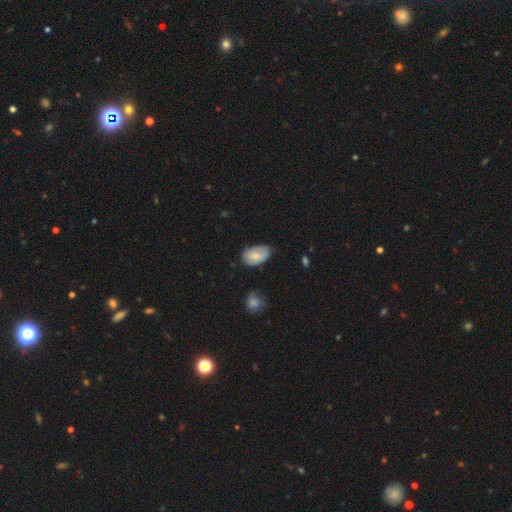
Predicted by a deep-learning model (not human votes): Smooth or featured: smooth — 68% (featured or disk — 25%)
How rounded: in between — 90% (round — 9%)
Merging: none — 57% (minor disturbance — 34%)